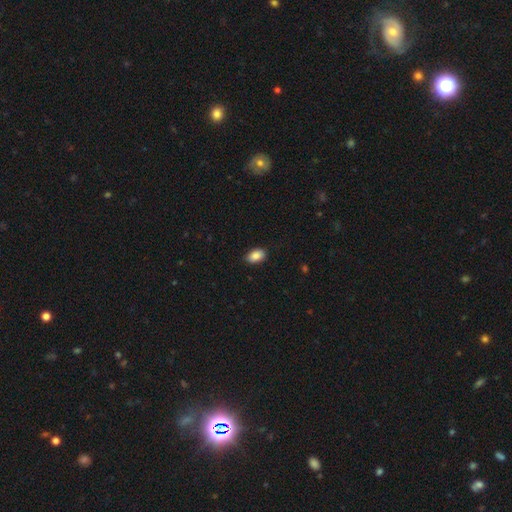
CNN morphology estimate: type=smooth (87%); roundness=in between (89%); merging=none (87%).